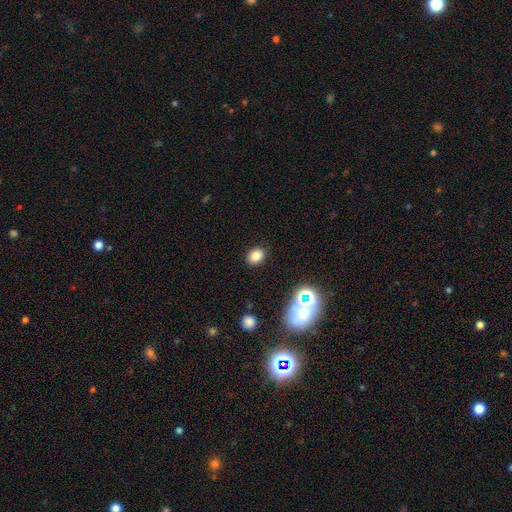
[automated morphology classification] Smooth or featured: smooth — 81% (star or artifact — 13%)
How rounded: in between — 56% (round — 43%)
Merging: none — 87% (minor disturbance — 9%)